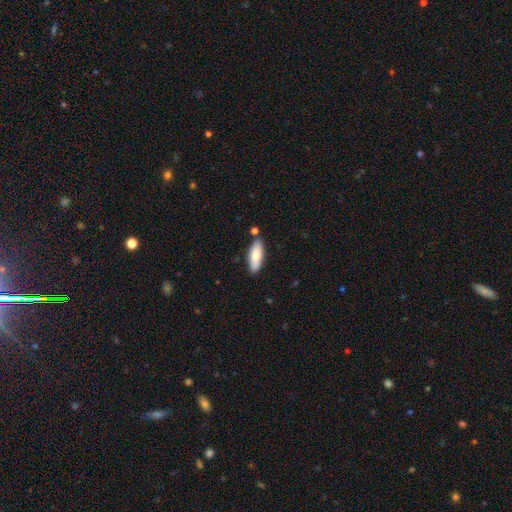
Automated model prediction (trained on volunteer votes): Smooth or featured?
  - smooth: 79% *
  - featured or disk: 15%
  - star or artifact: 6%
How rounded?
  - in between: 63% *
  - cigar-shaped: 35%
  - round: 2%
Merging?
  - none: 82% *
  - minor disturbance: 11%
  - merger: 5%
  - major disturbance: 2%